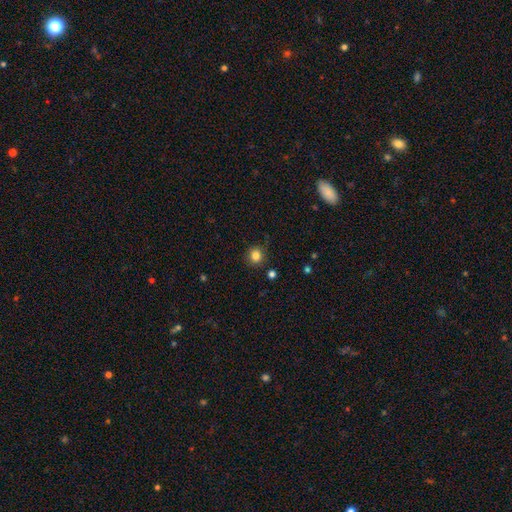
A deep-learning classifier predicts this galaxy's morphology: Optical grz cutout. It shows a smooth galaxy with no disk features (83%) that is round (87%). Merging: none (85%).